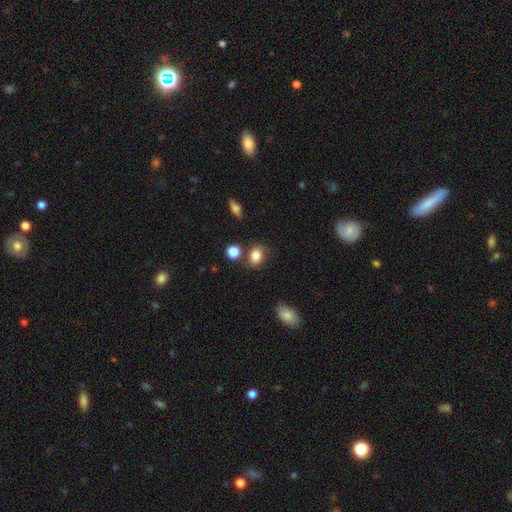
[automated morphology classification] A smooth galaxy with no disk features (81%) that is in between round and cigar-shaped (61%). Merging: none (69%).